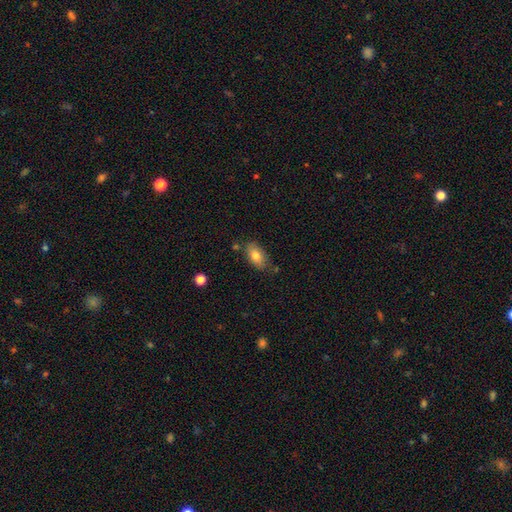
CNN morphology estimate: smooth 78%, featured or disk 15%, star or artifact 7%. Down the decision tree: how rounded — in between (91%); merging — none (74%).